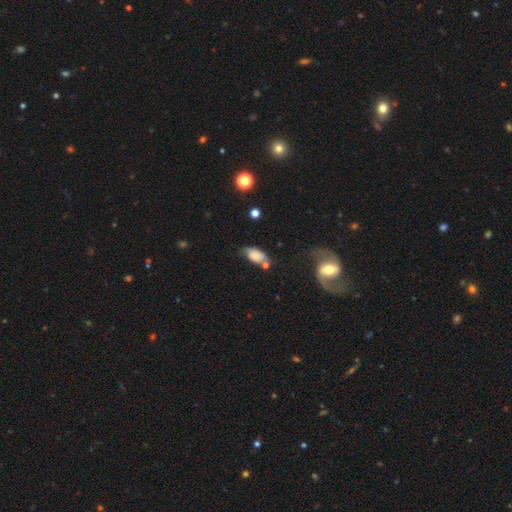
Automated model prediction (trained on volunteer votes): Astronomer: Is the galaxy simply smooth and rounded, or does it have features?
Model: smooth — 69%.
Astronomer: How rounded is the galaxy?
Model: in between — 90%.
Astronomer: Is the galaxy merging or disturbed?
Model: none — 45% (runner-up: minor disturbance, 29%).